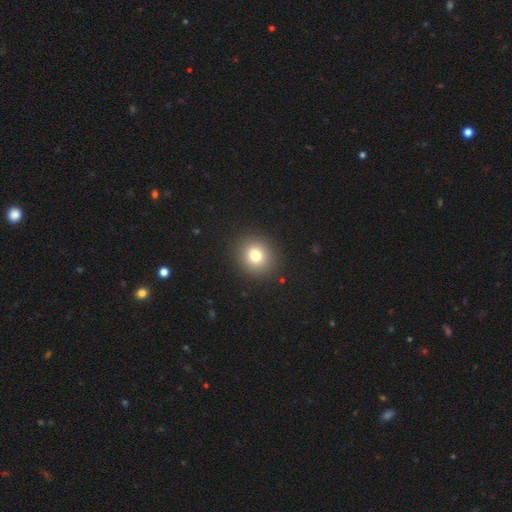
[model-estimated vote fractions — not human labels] smooth-or-featured: smooth: 78% | star or artifact: 13% | featured or disk: 9%
  how-rounded: round: 83% | in between: 16% | cigar-shaped: 1%
  merging: none: 91% | minor disturbance: 6% | major disturbance: 2% | merger: 1%